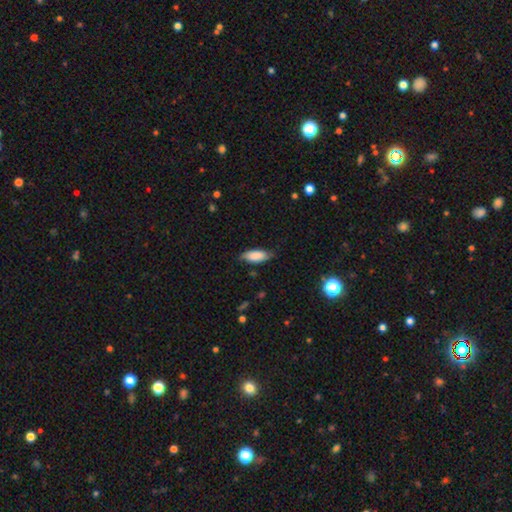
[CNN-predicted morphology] A smooth galaxy with no disk features (81%) that is in between round and cigar-shaped (78%).

Vote fractions:
- Smooth or featured? smooth: 81% / featured or disk: 12% / star or artifact: 6%
- How rounded? in between: 78% / cigar-shaped: 20% / round: 2%
- Merging? none: 73% / minor disturbance: 22% / major disturbance: 4% / merger: 1%